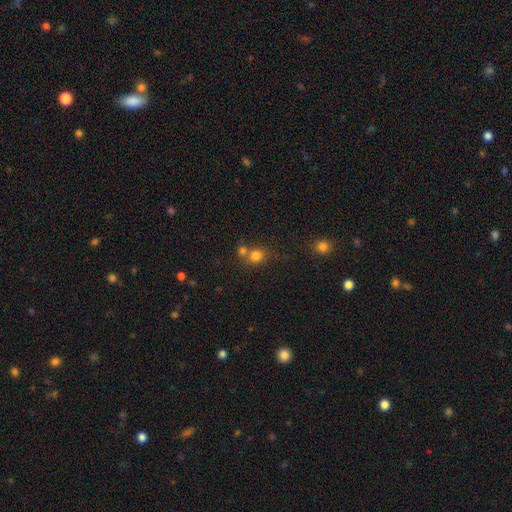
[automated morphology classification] type=smooth (79%); roundness=round (79%); merging=none (49%).